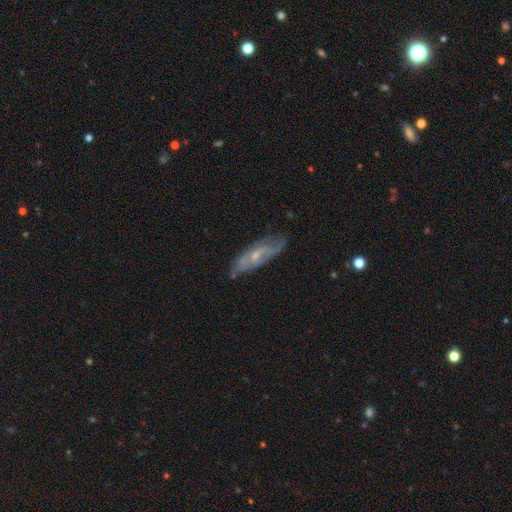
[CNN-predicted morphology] This is likely a featured or disk galaxy (68%). It is likely not viewed edge-on (76%). Bar: possibly no (60%). Spiral arm pattern: likely yes (78%). Central bulge: likely small (66%). Merging: likely none (69%).